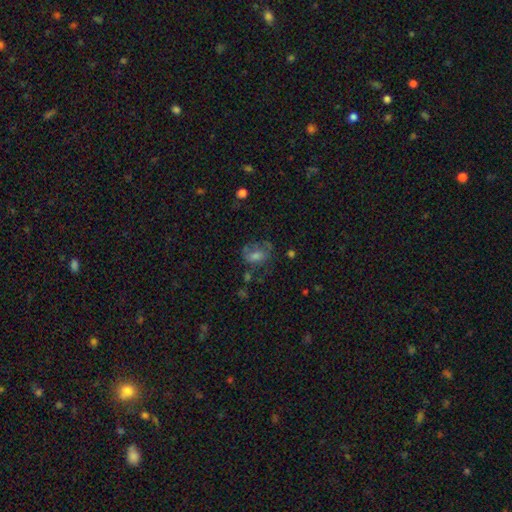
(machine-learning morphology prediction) Overall: smooth (48%; featured or disk 35%). Merging: none (49%; minor disturbance 24%).